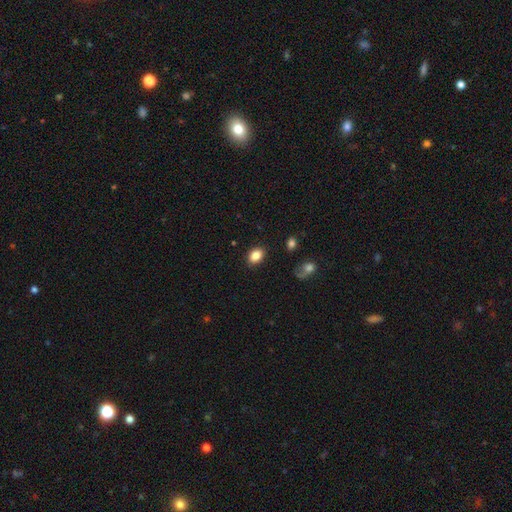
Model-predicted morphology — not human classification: Overall: smooth (86%). How rounded: in between (79%). Merging: none (87%).